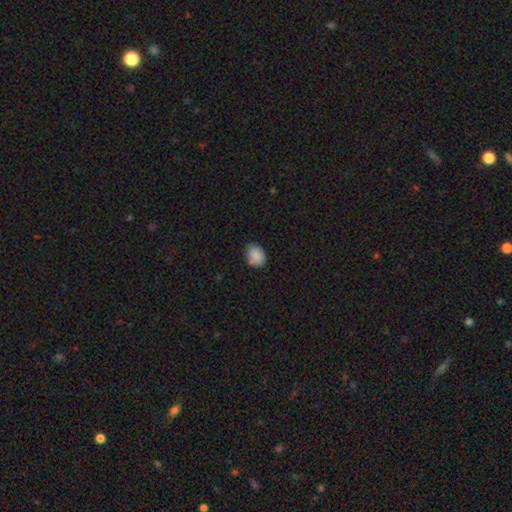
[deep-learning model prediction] A smooth galaxy with no disk features (87%) that is in between round and cigar-shaped (72%). Merging: none (77%).